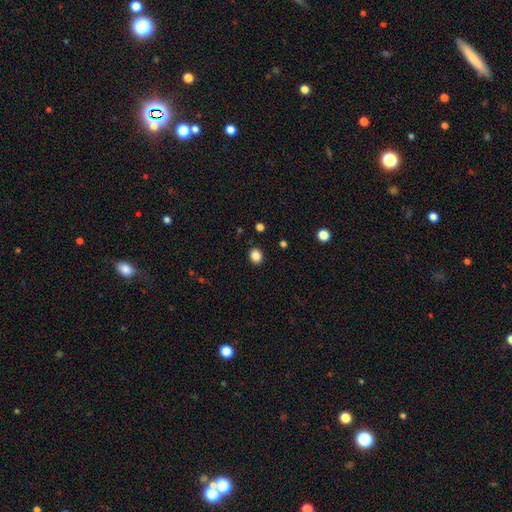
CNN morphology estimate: smooth_or_featured: smooth (p=0.86) [alt: star or artifact p=0.10]
how_rounded: round (p=0.60) [alt: in between p=0.39]
merging: none (p=0.90) [alt: minor disturbance p=0.07]